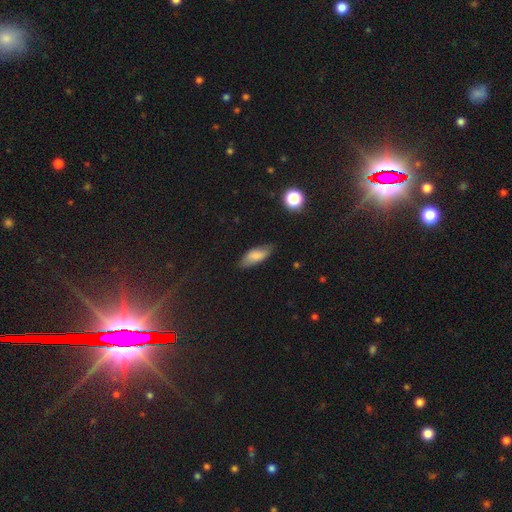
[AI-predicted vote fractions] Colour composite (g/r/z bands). It shows a smooth galaxy with no disk features (81%) that is in between round and cigar-shaped (78%). Merging: none (76%).